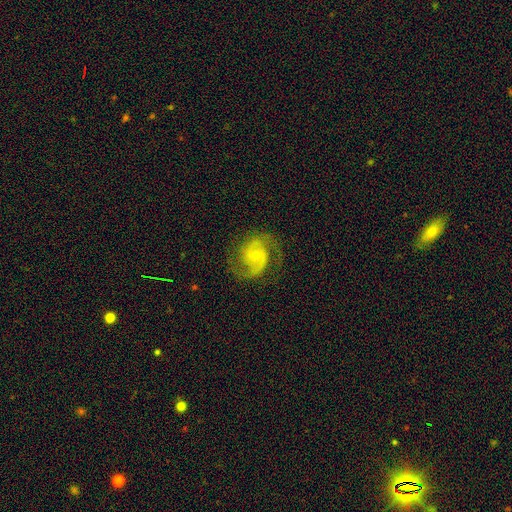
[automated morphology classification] featured or disk 88%, smooth 7%, star or artifact 5%. Down the decision tree: edge-on disk — no (98%); bar — no (55%); spiral arms — yes (97%); spiral arm count — 2 (90%); spiral winding — medium (59%); bulge size — small (59%); merging — none (76%).